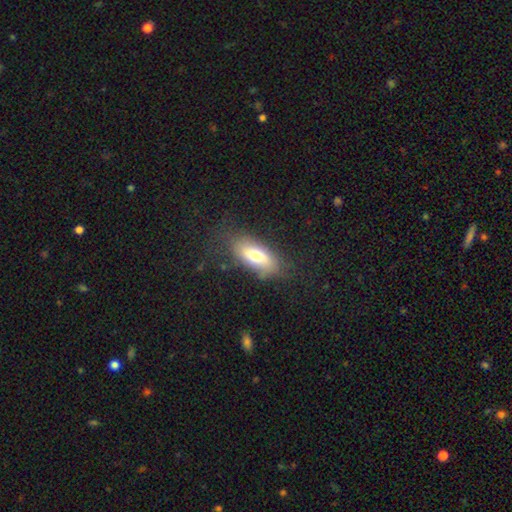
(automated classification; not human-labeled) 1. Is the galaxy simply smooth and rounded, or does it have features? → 71% smooth, 21% featured or disk, 8% star or artifact.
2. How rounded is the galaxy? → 82% in between, 15% cigar-shaped, 3% round.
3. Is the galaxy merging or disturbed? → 70% none, 19% minor disturbance, 9% major disturbance, 2% merger.